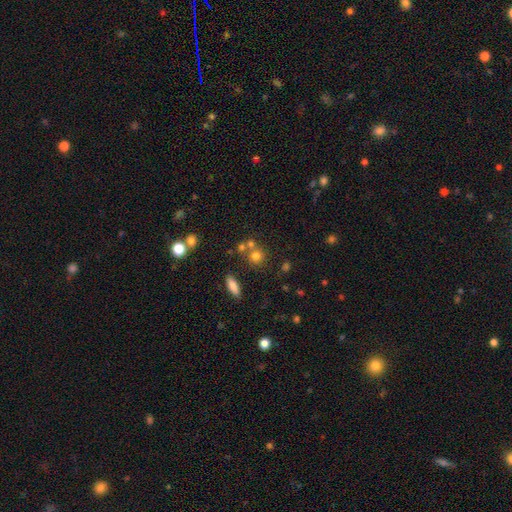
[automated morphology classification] This is likely a smooth galaxy (71%). How rounded: clearly round (84%). Merging: possibly none (55%).